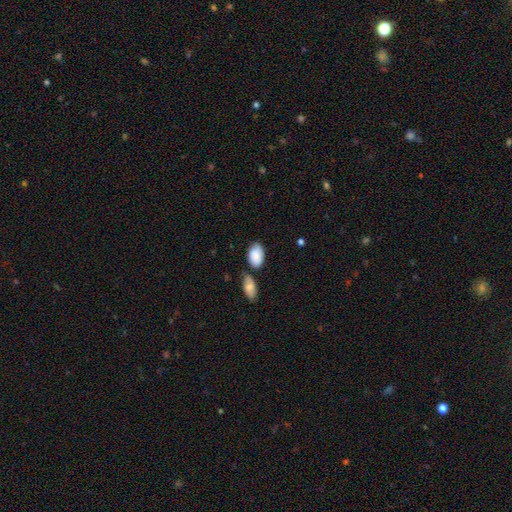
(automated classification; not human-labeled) A smooth galaxy with no disk features (87%) that is in between round and cigar-shaped (94%). Merging: none (63%).